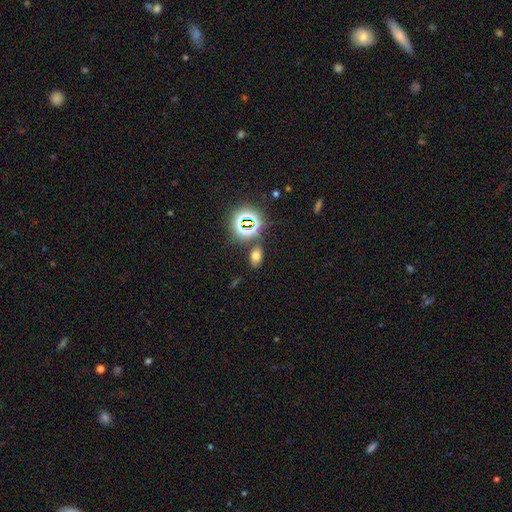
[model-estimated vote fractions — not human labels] This appears to be a smooth galaxy with no disk features (61%) that is in between round and cigar-shaped (84%). Merging: none (81%).